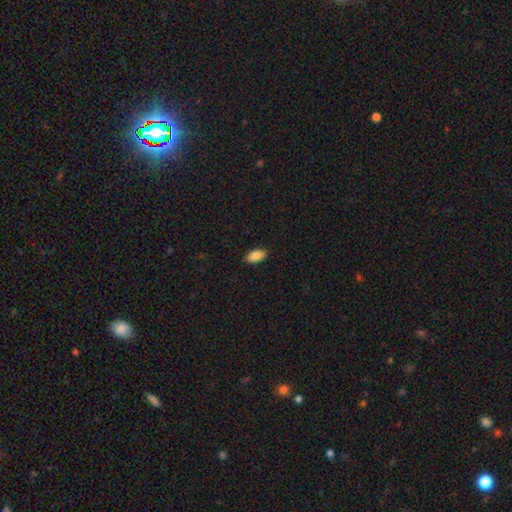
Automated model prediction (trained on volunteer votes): smooth 86%, star or artifact 7%, featured or disk 7%. Down the decision tree: how rounded — in between (93%); merging — none (88%).